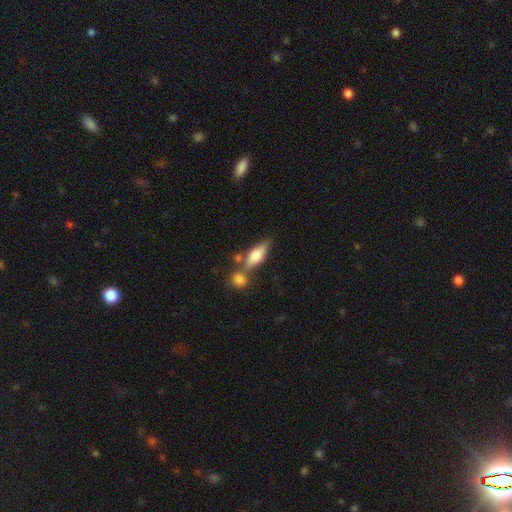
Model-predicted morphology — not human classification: The model was most divided on "merging": none: 51%, merger: 30%, minor disturbance: 14%, major disturbance: 5%. More confident: smooth or featured — smooth (68%); how rounded — in between (67%).